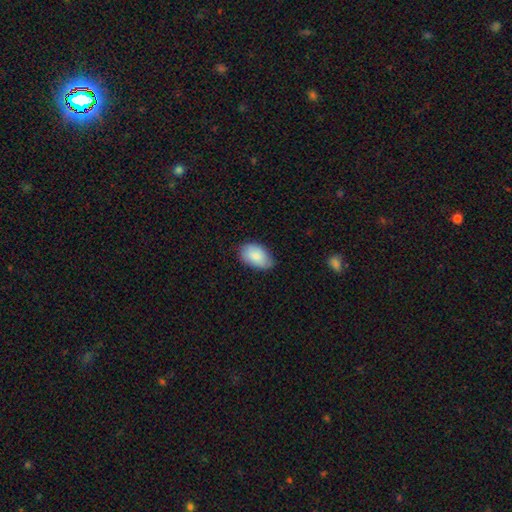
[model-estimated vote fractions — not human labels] smooth-or-featured: smooth: 86% | featured or disk: 9% | star or artifact: 6%
  how-rounded: in between: 93% | round: 6% | cigar-shaped: 1%
  merging: none: 74% | minor disturbance: 22% | major disturbance: 3% | merger: 1%